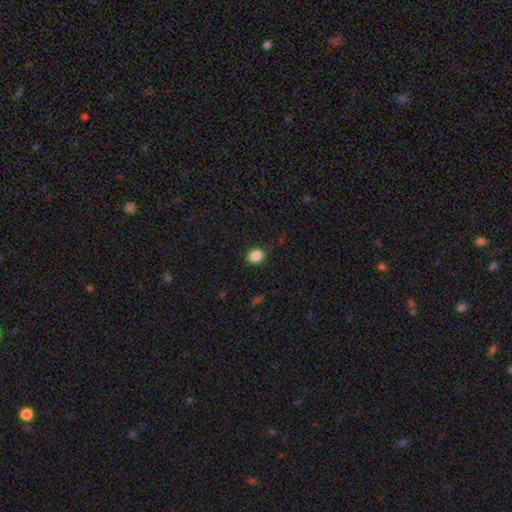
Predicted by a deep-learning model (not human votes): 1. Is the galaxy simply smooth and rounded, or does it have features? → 86% smooth, 10% star or artifact, 4% featured or disk.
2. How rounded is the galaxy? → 53% round, 46% in between, 1% cigar-shaped.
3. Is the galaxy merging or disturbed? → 84% none, 12% minor disturbance, 3% major disturbance, 1% merger.